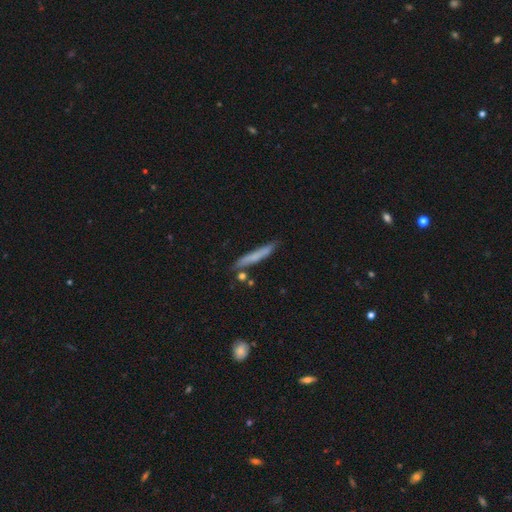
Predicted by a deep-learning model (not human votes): This is likely a smooth galaxy (67%). How rounded: clearly cigar-shaped (95%). Merging: likely none (78%).